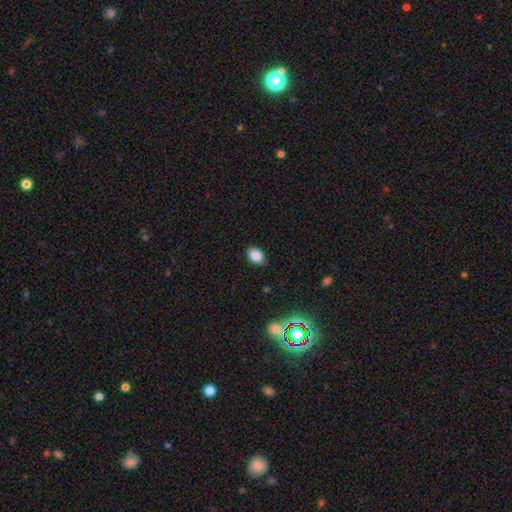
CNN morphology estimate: Overall: smooth (84%). How rounded: in between (78%). Merging: none (86%).